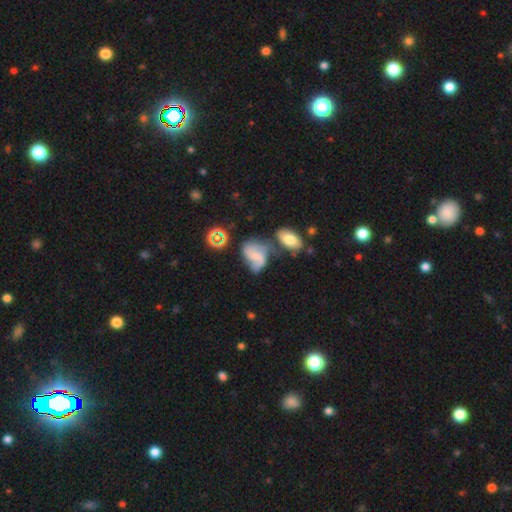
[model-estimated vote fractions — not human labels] Smooth or featured? featured or disk (54%)
Edge-on disk? no (97%)
Bar? no (53%)
Spiral arms? yes (83%)
Bulge size? none (48%)
Merging? none (33%)